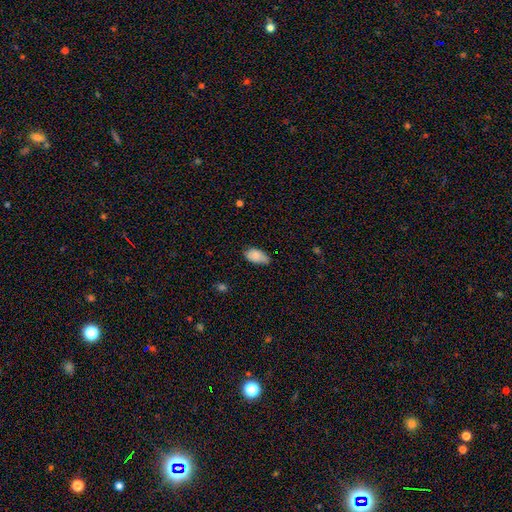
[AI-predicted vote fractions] Smooth or featured?
  - smooth: 86% *
  - star or artifact: 7%
  - featured or disk: 7%
How rounded?
  - in between: 93% *
  - round: 5%
  - cigar-shaped: 2%
Merging?
  - none: 57% *
  - minor disturbance: 35%
  - major disturbance: 6%
  - merger: 2%